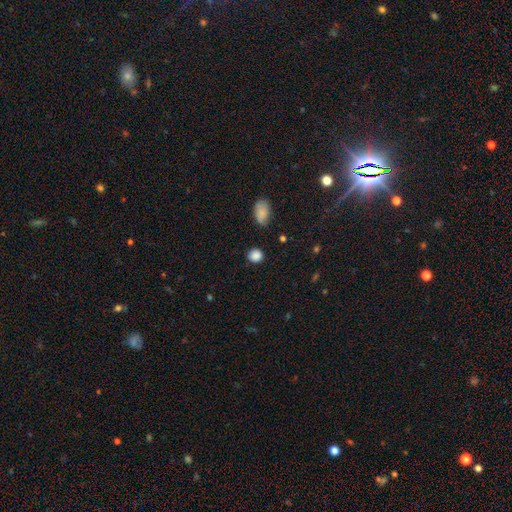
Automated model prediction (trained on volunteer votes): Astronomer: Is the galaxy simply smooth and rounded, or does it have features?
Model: smooth — 86%.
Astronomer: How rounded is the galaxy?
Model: round — 82%.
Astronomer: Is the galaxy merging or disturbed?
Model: none — 86%.